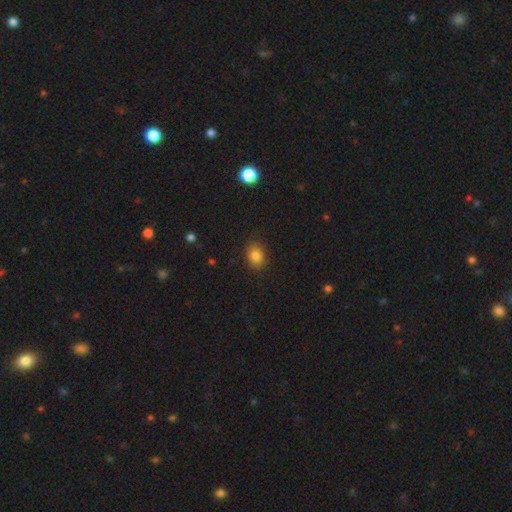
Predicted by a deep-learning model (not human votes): Q: Smooth or featured?
A: smooth (83%); runner-up: star or artifact (11%)
Q: How rounded?
A: in between (55%); runner-up: round (44%)
Q: Merging?
A: none (83%); runner-up: minor disturbance (13%)